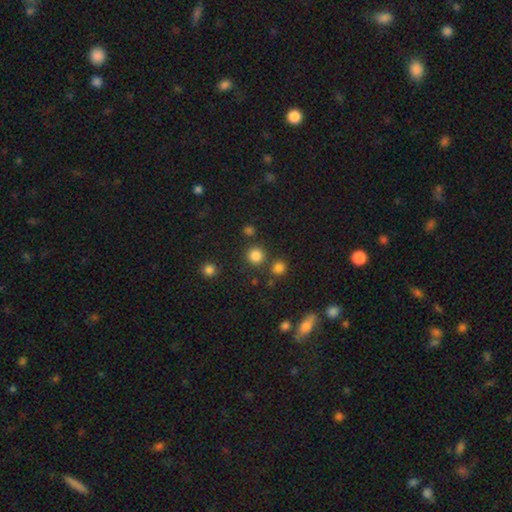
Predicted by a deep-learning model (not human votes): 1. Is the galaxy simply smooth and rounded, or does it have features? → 82% smooth, 14% star or artifact, 4% featured or disk.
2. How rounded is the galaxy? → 93% round, 6% in between, 1% cigar-shaped.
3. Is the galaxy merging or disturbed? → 82% none, 8% merger, 7% minor disturbance, 3% major disturbance.